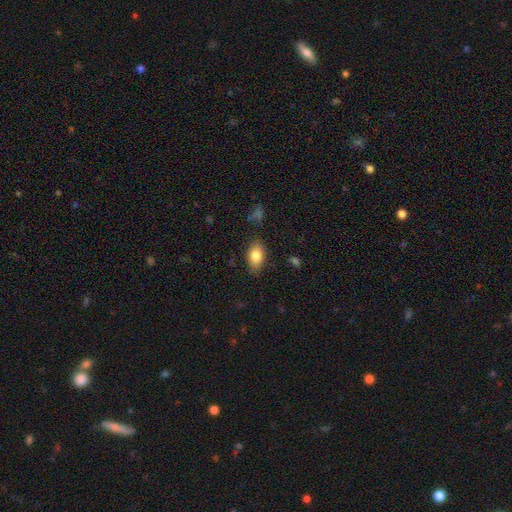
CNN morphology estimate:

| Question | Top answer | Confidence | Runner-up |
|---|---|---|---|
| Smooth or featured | smooth | 83% | featured or disk (9%) |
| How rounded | in between | 89% | round (9%) |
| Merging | none | 83% | minor disturbance (13%) |